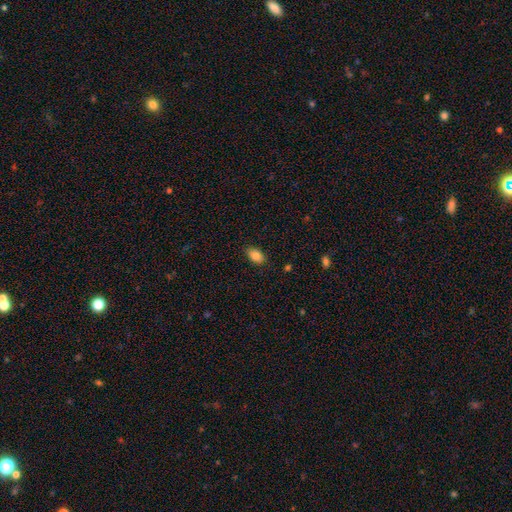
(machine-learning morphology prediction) smooth 86%, star or artifact 8%, featured or disk 6%. Down the decision tree: how rounded — in between (87%); merging — none (85%).